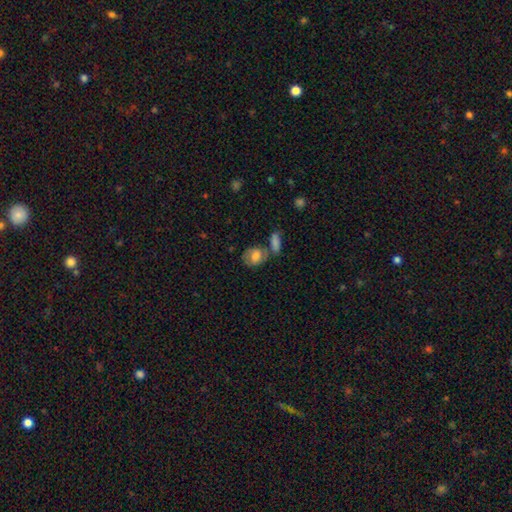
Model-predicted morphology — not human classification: Smooth or featured? Predicted: smooth (p=0.68). How rounded? Predicted: in between (p=0.61). Merging? Predicted: none (p=0.52).